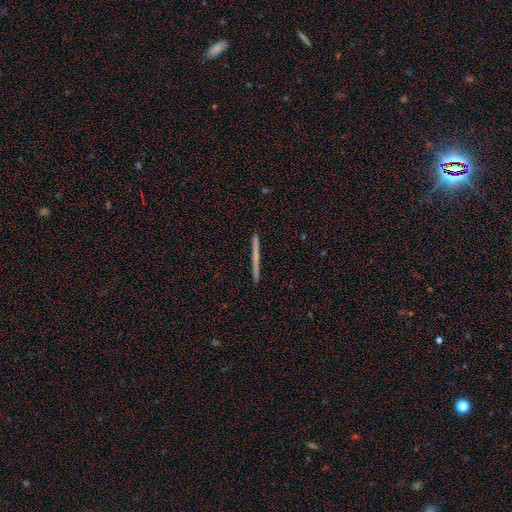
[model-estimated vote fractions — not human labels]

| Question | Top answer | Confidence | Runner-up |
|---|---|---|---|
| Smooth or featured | smooth | 49% | featured or disk (44%) |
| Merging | none | 93% | minor disturbance (5%) |